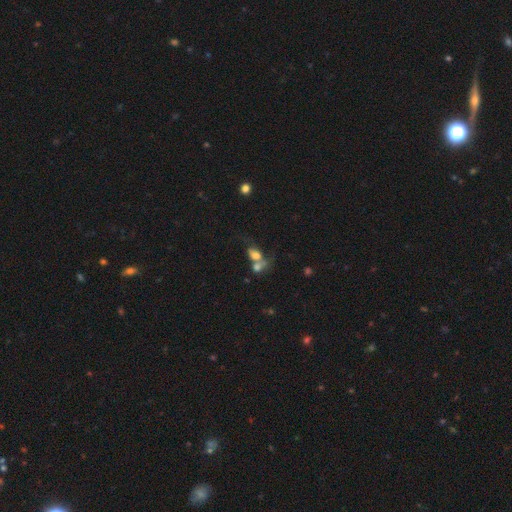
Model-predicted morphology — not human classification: Smooth or featured?
  - smooth: 66% *
  - featured or disk: 20%
  - star or artifact: 14%
How rounded?
  - in between: 75% *
  - round: 22%
  - cigar-shaped: 3%
Merging?
  - merger: 60% *
  - none: 20%
  - major disturbance: 11%
  - minor disturbance: 9%